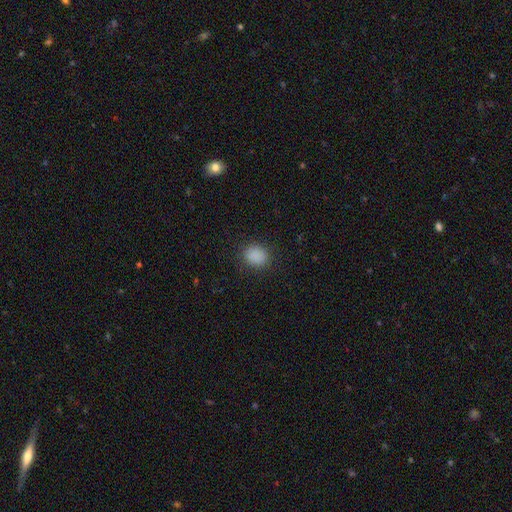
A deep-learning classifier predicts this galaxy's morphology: A smooth galaxy with no disk features (87%) that is round (63%). Merging: none (87%).